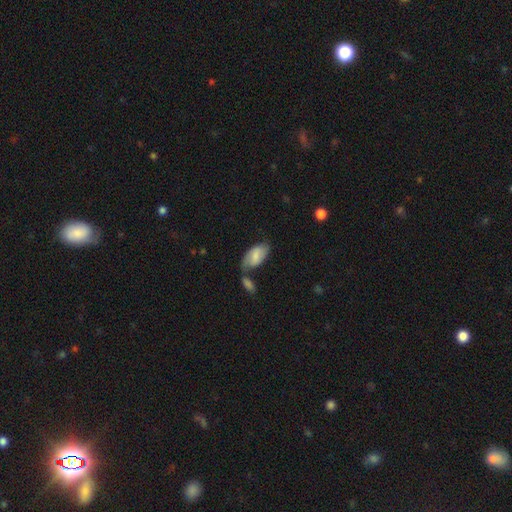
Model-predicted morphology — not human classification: type=smooth (71%); roundness=in between (93%); merging=none (48%).